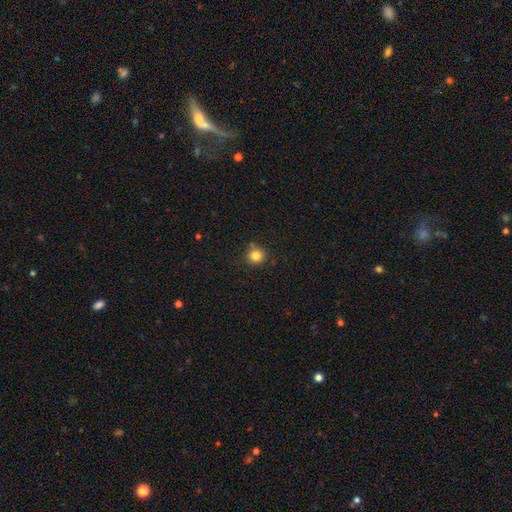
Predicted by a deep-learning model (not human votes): smooth-or-featured: smooth: 83% | star or artifact: 12% | featured or disk: 6%
  how-rounded: round: 91% | in between: 8% | cigar-shaped: 1%
  merging: none: 81% | minor disturbance: 11% | merger: 5% | major disturbance: 3%